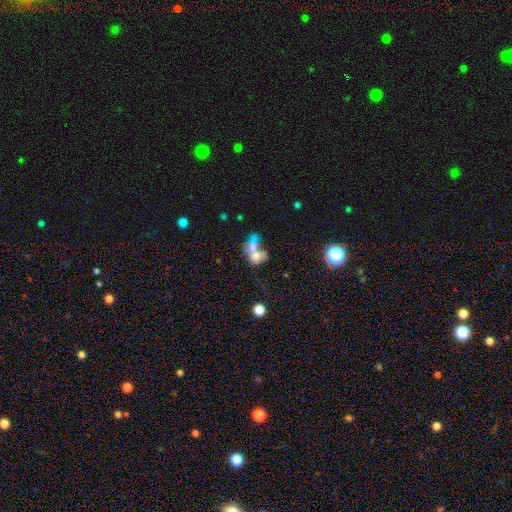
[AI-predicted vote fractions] Morphology: type=smooth (58%); roundness=in between (60%); merging=merger (74%).